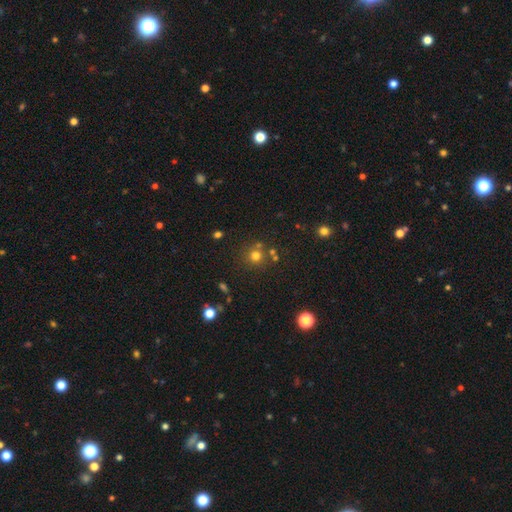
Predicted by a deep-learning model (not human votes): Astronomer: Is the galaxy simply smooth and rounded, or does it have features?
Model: smooth — 72%.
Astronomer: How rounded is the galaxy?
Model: round — 92%.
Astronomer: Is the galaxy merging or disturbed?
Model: none — 75%.